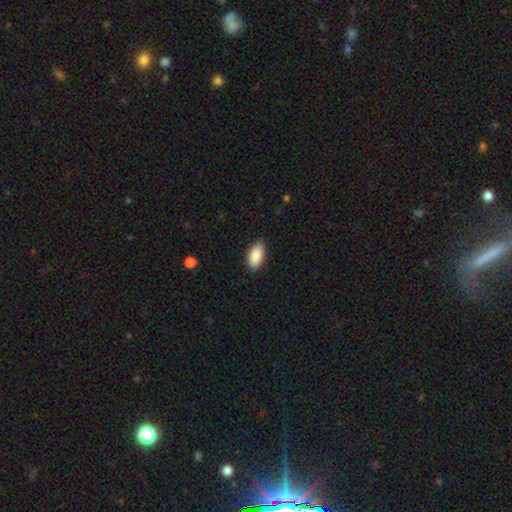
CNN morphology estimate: Overall: smooth (88%). How rounded: in between (93%). Merging: none (85%).